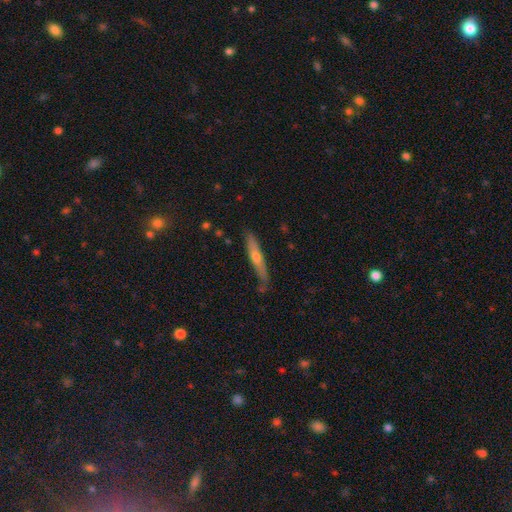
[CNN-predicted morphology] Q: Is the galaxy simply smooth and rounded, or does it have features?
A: featured or disk — 61%.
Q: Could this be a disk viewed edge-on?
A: yes — 92%.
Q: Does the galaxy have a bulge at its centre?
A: rounded — 81%.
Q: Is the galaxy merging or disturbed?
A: none — 81%.